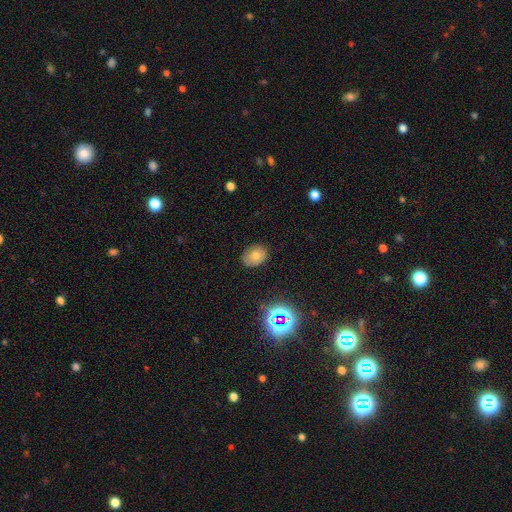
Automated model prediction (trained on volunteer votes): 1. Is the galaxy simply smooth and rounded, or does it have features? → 70% smooth, 15% star or artifact, 15% featured or disk.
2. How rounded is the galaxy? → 62% in between, 37% round, 1% cigar-shaped.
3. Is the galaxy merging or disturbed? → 82% none, 14% minor disturbance, 3% major disturbance, 1% merger.